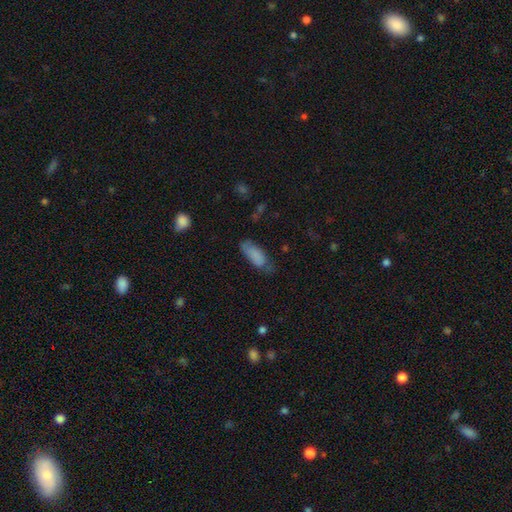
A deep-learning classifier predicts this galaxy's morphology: Smooth or featured? Predicted: smooth (p=0.82). How rounded? Predicted: in between (p=0.79). Merging? Predicted: none (p=0.52).